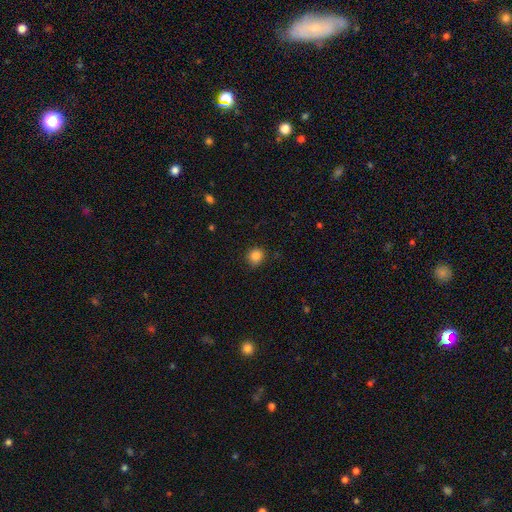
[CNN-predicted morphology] A smooth galaxy with no disk features (84%) that is round (83%). Merging: none (83%).